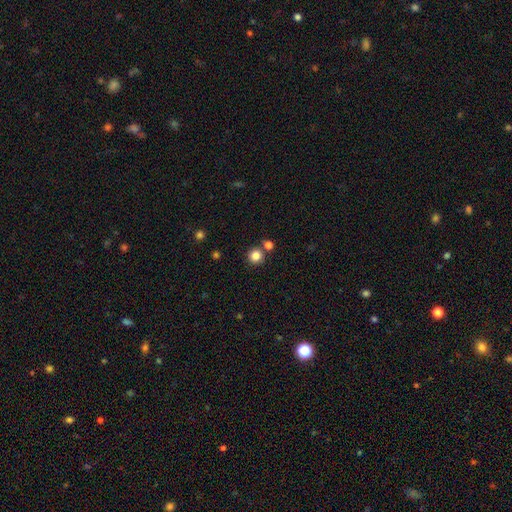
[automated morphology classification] A smooth galaxy with no disk features (83%) that is round (93%).

Vote fractions:
- Smooth or featured? smooth: 83% / star or artifact: 12% / featured or disk: 5%
- How rounded? round: 93% / in between: 6% / cigar-shaped: 1%
- Merging? none: 80% / merger: 11% / minor disturbance: 7% / major disturbance: 2%